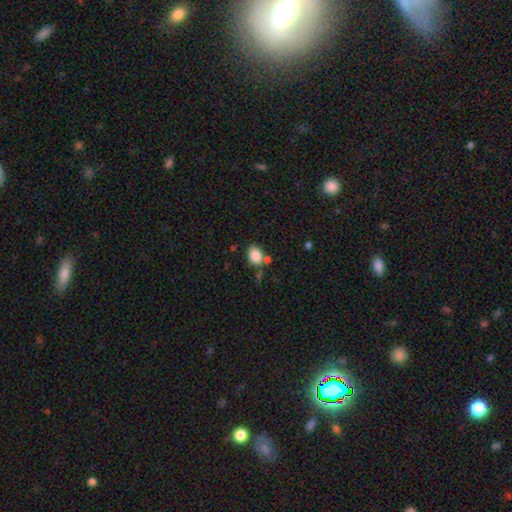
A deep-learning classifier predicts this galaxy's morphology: Q: Smooth or featured?
A: smooth (85%); runner-up: star or artifact (9%)
Q: How rounded?
A: in between (68%); runner-up: round (31%)
Q: Merging?
A: none (63%); runner-up: merger (18%)